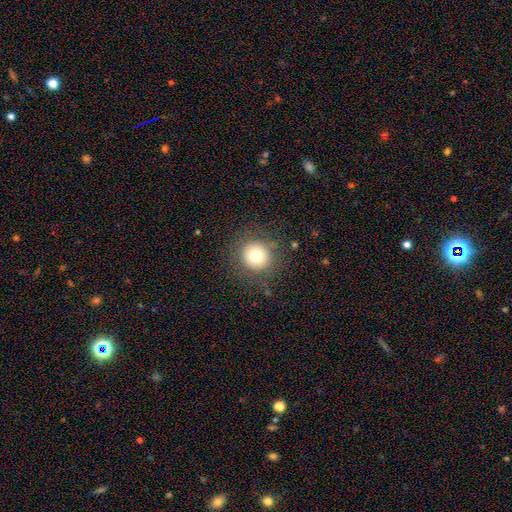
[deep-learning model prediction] smooth 75%, star or artifact 13%, featured or disk 12%. Down the decision tree: how rounded — round (94%); merging — none (86%).